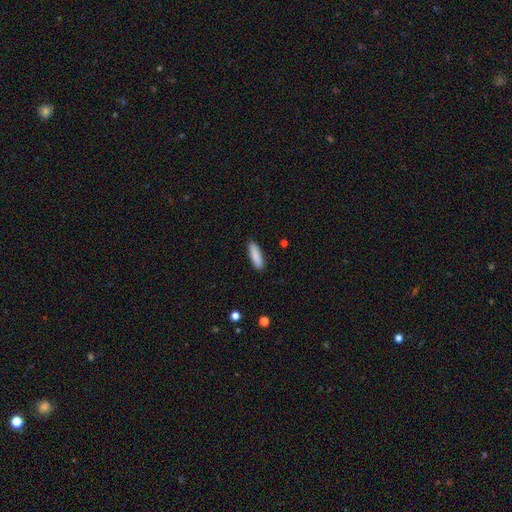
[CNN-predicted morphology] smooth_or_featured: smooth (p=0.89) [alt: star or artifact p=0.06]
how_rounded: cigar-shaped (p=0.58) [alt: in between p=0.40]
merging: none (p=0.90) [alt: minor disturbance p=0.07]